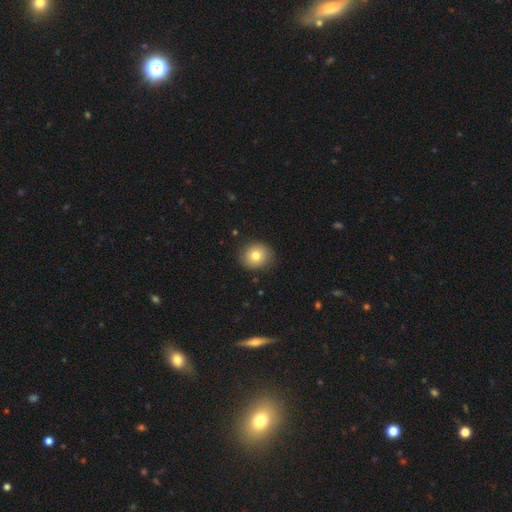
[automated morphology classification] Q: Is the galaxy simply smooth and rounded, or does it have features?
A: smooth — 79%.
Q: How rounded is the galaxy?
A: round — 82%.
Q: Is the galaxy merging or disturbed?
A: none — 88%.